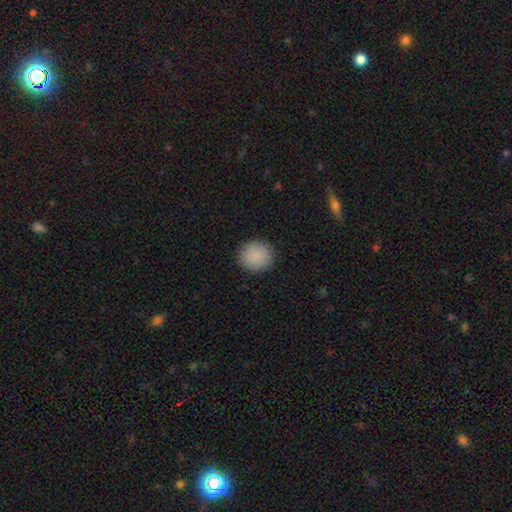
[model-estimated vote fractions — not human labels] Overall: smooth (88%). How rounded: round (87%). Merging: none (90%).